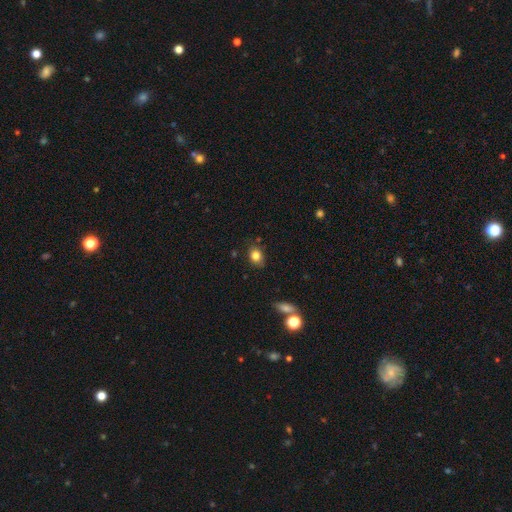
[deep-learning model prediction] Morphology: type=smooth (82%); roundness=in between (54%); merging=none (81%).